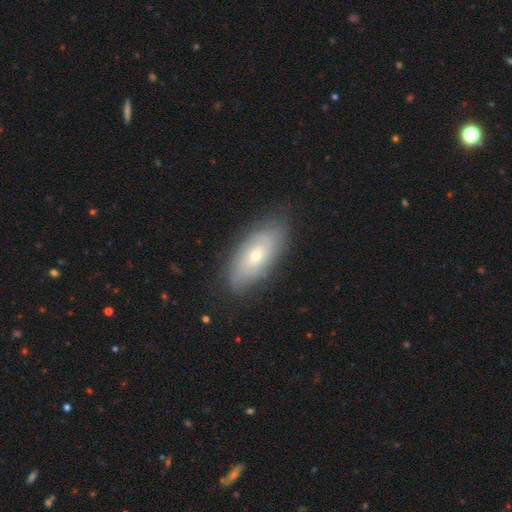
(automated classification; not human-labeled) This appears to be a featured or disk galaxy (63%) with no bar (72%), spiral arms (79%) and a small central bulge (60%). Merging: none (80%).